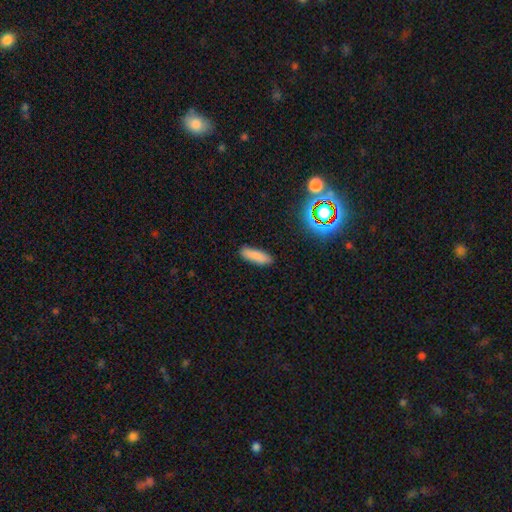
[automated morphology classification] Smooth or featured: smooth — 84% (star or artifact — 9%)
How rounded: cigar-shaped — 52% (in between — 46%)
Merging: none — 87% (minor disturbance — 9%)